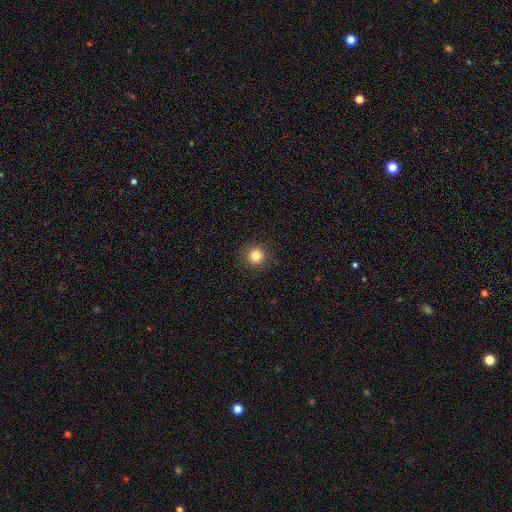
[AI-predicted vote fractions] Smooth or featured? smooth (82%)
How rounded? round (95%)
Merging? none (91%)